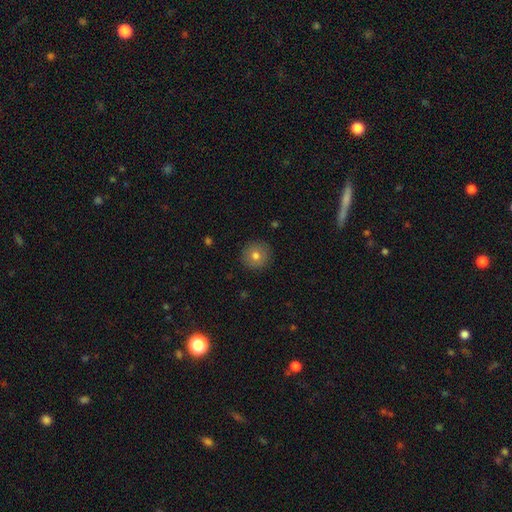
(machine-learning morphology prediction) Smooth or featured?
  - smooth: 77% *
  - featured or disk: 13%
  - star or artifact: 10%
How rounded?
  - round: 95% *
  - in between: 4%
  - cigar-shaped: 1%
Merging?
  - none: 91% *
  - minor disturbance: 6%
  - major disturbance: 2%
  - merger: 1%